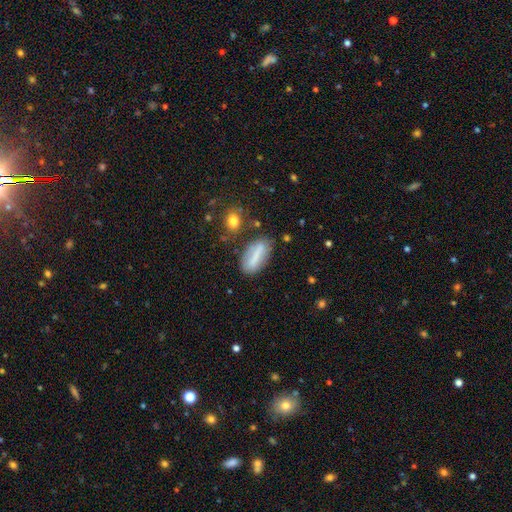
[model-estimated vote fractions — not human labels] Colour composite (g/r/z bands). It shows a smooth galaxy with no disk features (64%) that is in between round and cigar-shaped (66%). Merging: none (72%).